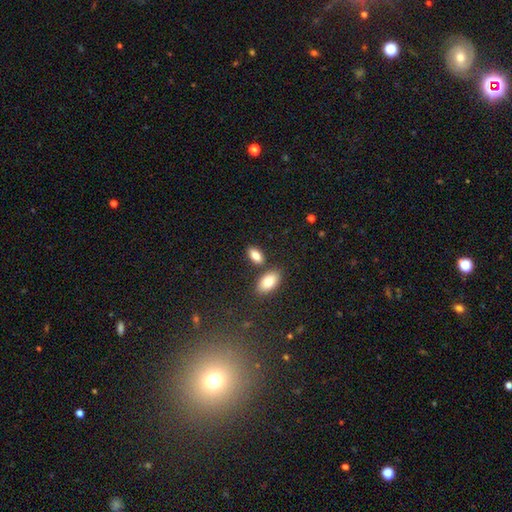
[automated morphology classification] Smooth or featured: smooth — 84% (featured or disk — 9%)
How rounded: in between — 91% (round — 5%)
Merging: none — 73% (merger — 14%)